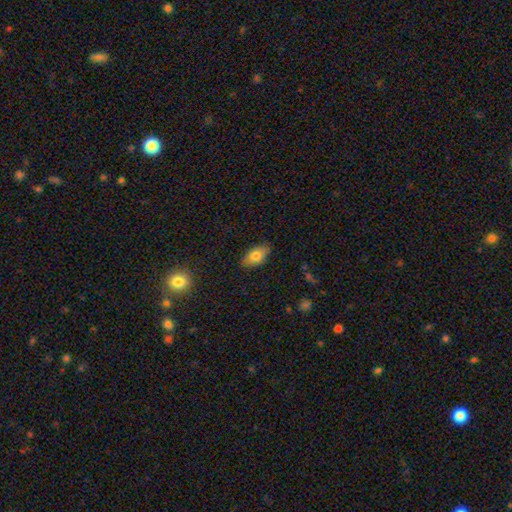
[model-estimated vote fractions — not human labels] Smooth or featured?
  - smooth: 78% *
  - featured or disk: 14%
  - star or artifact: 8%
How rounded?
  - in between: 91% *
  - round: 5%
  - cigar-shaped: 4%
Merging?
  - none: 85% *
  - minor disturbance: 11%
  - major disturbance: 2%
  - merger: 1%